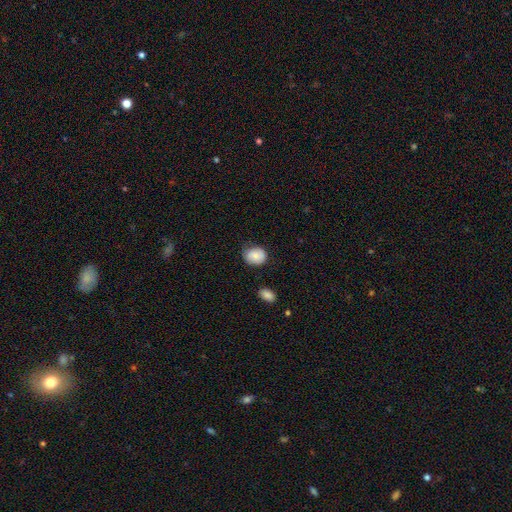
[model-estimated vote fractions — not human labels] smooth 80%, featured or disk 12%, star or artifact 8%. Down the decision tree: how rounded — round (57%); merging — none (68%).